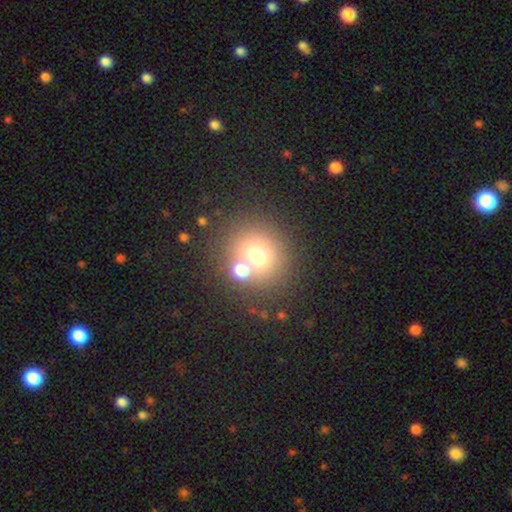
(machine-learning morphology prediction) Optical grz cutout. It shows a smooth galaxy with no disk features (68%) that is round (83%). Merging: none (58%).